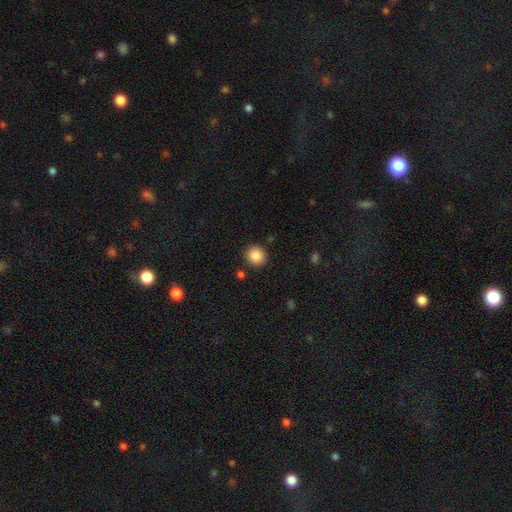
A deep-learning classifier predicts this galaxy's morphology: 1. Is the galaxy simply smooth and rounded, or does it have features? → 87% smooth, 9% star or artifact, 4% featured or disk.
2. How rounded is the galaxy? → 90% round, 10% in between, 1% cigar-shaped.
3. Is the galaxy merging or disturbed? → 89% none, 6% minor disturbance, 2% merger, 2% major disturbance.